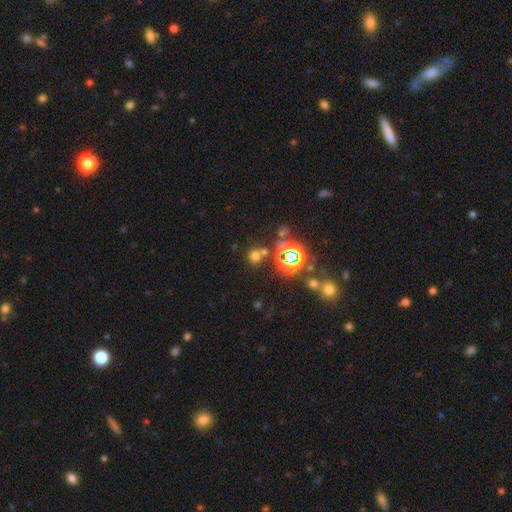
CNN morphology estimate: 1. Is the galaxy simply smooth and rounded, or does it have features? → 56% smooth, 36% star or artifact, 8% featured or disk.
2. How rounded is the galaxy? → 85% round, 13% in between, 1% cigar-shaped.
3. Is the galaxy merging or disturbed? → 70% none, 17% merger, 9% minor disturbance, 4% major disturbance.